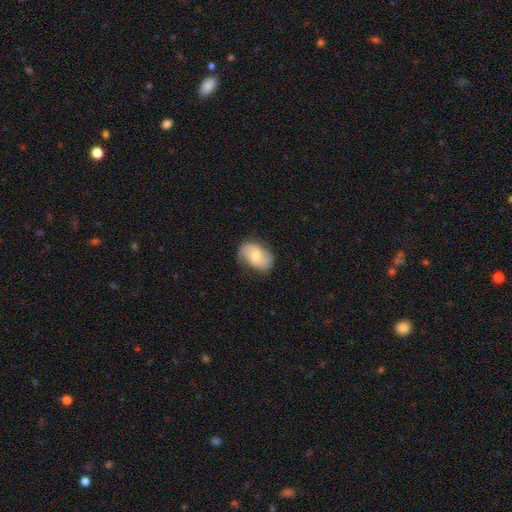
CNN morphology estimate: This is possibly a smooth galaxy (49%). Merging: likely none (70%).